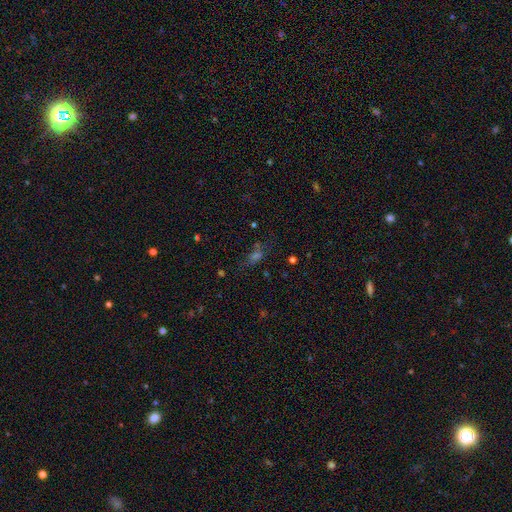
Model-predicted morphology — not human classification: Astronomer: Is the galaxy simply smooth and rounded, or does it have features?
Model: star or artifact — 40% (runner-up: smooth, 39%).